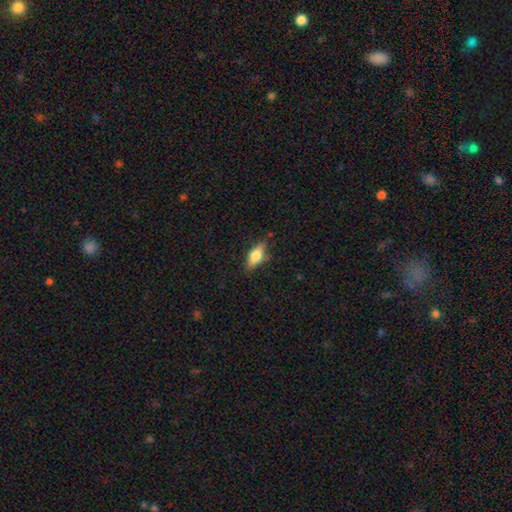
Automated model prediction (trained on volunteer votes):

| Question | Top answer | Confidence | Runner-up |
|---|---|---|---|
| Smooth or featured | smooth | 64% | featured or disk (29%) |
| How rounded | in between | 73% | cigar-shaped (23%) |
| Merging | none | 78% | minor disturbance (17%) |